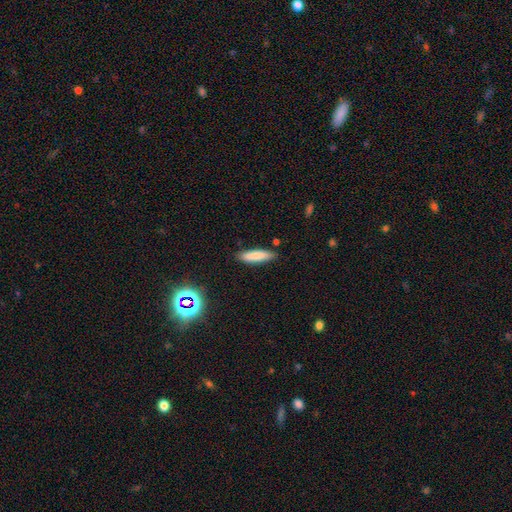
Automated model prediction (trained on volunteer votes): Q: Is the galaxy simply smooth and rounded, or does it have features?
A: smooth — 80%.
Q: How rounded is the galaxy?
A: cigar-shaped — 73%.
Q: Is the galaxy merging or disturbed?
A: none — 85%.